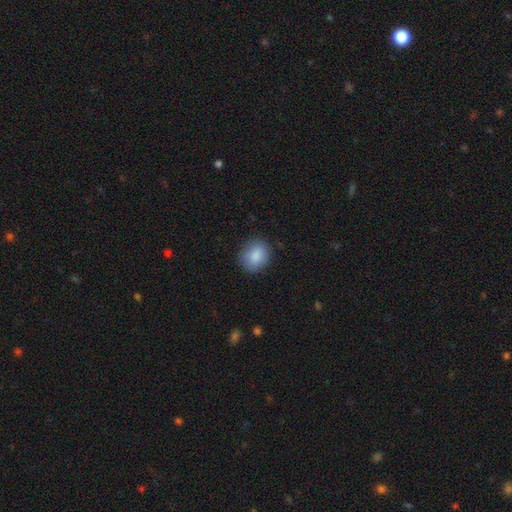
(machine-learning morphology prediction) Smooth or featured? Predicted: smooth (p=0.87). How rounded? Predicted: round (p=0.58). Merging? Predicted: none (p=0.83).